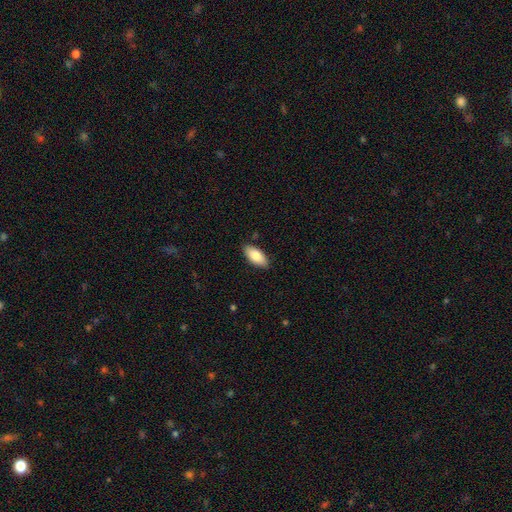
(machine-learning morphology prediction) Smooth or featured? smooth (82%)
How rounded? in between (90%)
Merging? none (87%)